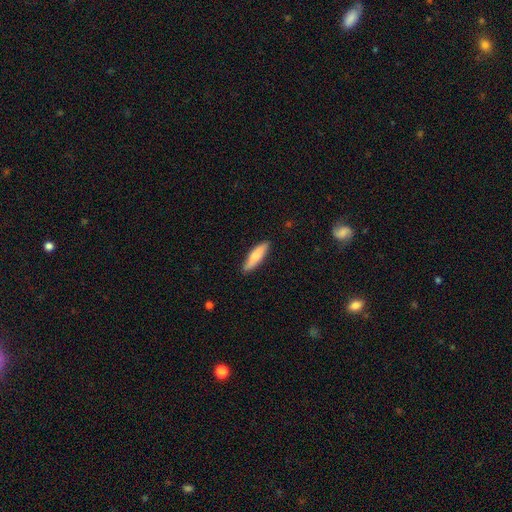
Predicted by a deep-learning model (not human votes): smooth_or_featured: smooth (p=0.75) [alt: featured or disk p=0.20]
how_rounded: cigar-shaped (p=0.68) [alt: in between p=0.30]
merging: none (p=0.88) [alt: minor disturbance p=0.09]